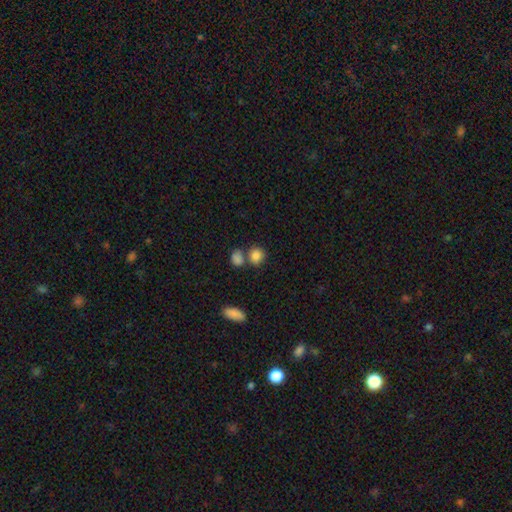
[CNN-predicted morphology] A smooth galaxy with no disk features (84%) that is round (73%).

Vote fractions:
- Smooth or featured? smooth: 84% / star or artifact: 10% / featured or disk: 6%
- How rounded? round: 73% / in between: 25% / cigar-shaped: 1%
- Merging? none: 55% / merger: 31% / minor disturbance: 10% / major disturbance: 4%